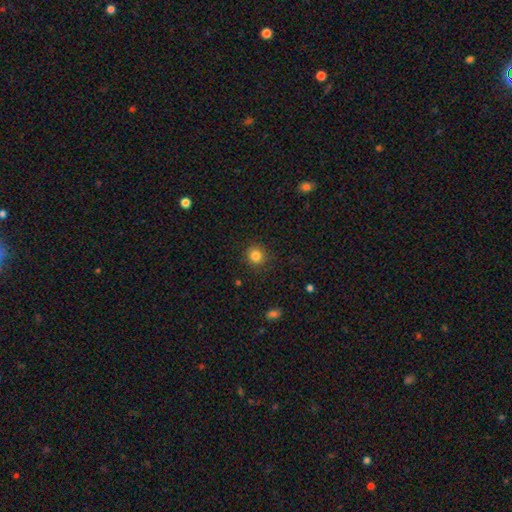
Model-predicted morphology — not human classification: A smooth galaxy with no disk features (84%) that is round (89%).

Vote fractions:
- Smooth or featured? smooth: 84% / star or artifact: 12% / featured or disk: 5%
- How rounded? round: 89% / in between: 10% / cigar-shaped: 1%
- Merging? none: 90% / minor disturbance: 7% / major disturbance: 2% / merger: 1%